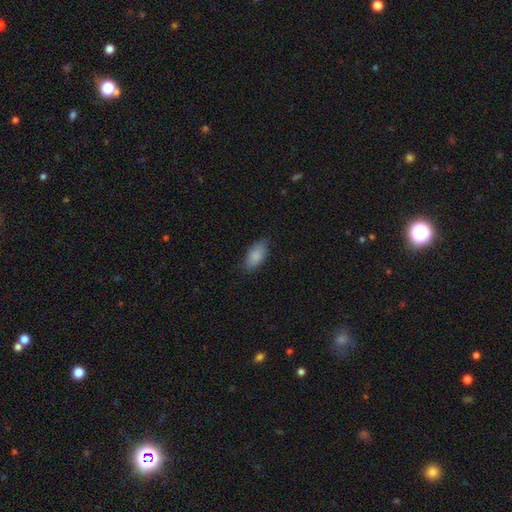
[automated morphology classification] smooth_or_featured: smooth (p=0.87) [alt: star or artifact p=0.07]
how_rounded: in between (p=0.92) [alt: cigar-shaped p=0.05]
merging: none (p=0.79) [alt: minor disturbance p=0.17]